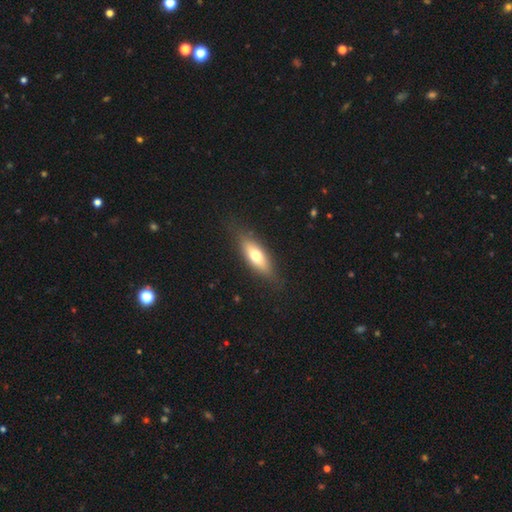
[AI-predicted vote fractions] smooth-or-featured: smooth: 65% | featured or disk: 29% | star or artifact: 6%
  how-rounded: in between: 60% | cigar-shaped: 37% | round: 3%
  merging: none: 82% | minor disturbance: 13% | major disturbance: 4% | merger: 1%